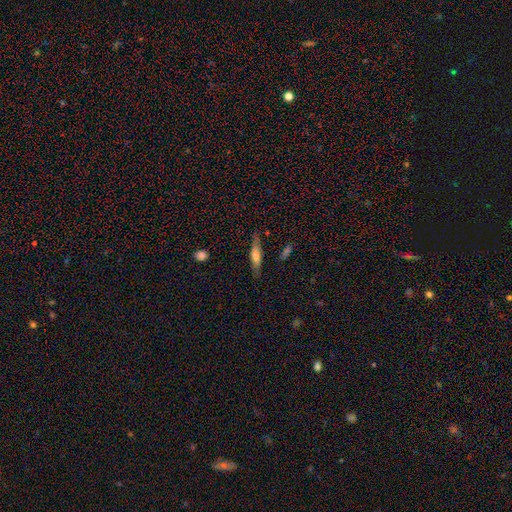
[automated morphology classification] Smooth or featured?
  - smooth: 60% *
  - featured or disk: 33%
  - star or artifact: 7%
How rounded?
  - cigar-shaped: 74% *
  - in between: 23%
  - round: 2%
Merging?
  - none: 81% *
  - minor disturbance: 13%
  - major disturbance: 3%
  - merger: 2%